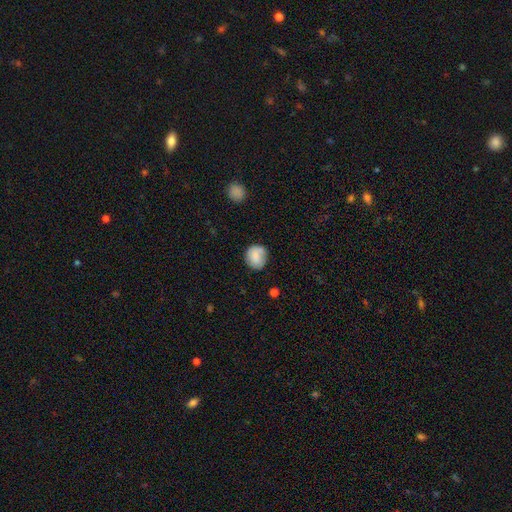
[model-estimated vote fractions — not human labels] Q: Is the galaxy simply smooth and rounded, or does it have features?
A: smooth — 76%.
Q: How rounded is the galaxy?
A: round — 78%.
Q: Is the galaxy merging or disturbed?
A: none — 69%.